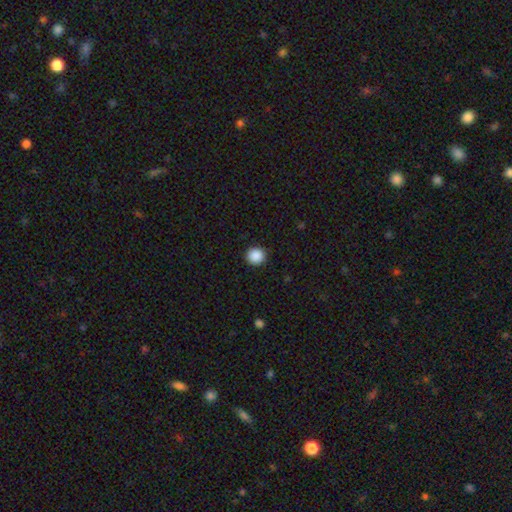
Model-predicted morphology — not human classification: A smooth galaxy with no disk features (89%) that is round (94%).

Vote fractions:
- Smooth or featured? smooth: 89% / star or artifact: 9% / featured or disk: 2%
- How rounded? round: 94% / in between: 5% / cigar-shaped: 1%
- Merging? none: 92% / minor disturbance: 5% / major disturbance: 2% / merger: 1%